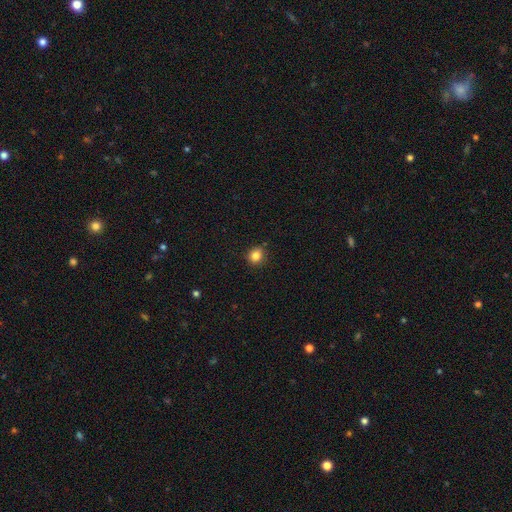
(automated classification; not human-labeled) The model was most divided on "how rounded": round: 83%, in between: 16%, cigar-shaped: 1%. More confident: merging — none (88%); smooth or featured — smooth (84%).